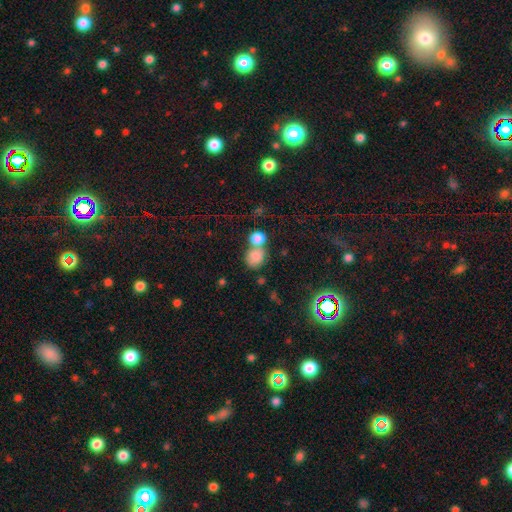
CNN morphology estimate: A smooth galaxy with no disk features (80%) that is round (59%). Merging: merger (47%).